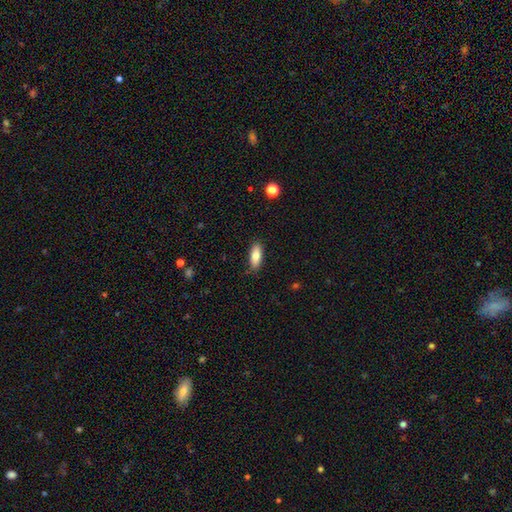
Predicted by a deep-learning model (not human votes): Smooth or featured: smooth — 81% (featured or disk — 13%)
How rounded: in between — 73% (cigar-shaped — 25%)
Merging: none — 87% (minor disturbance — 10%)